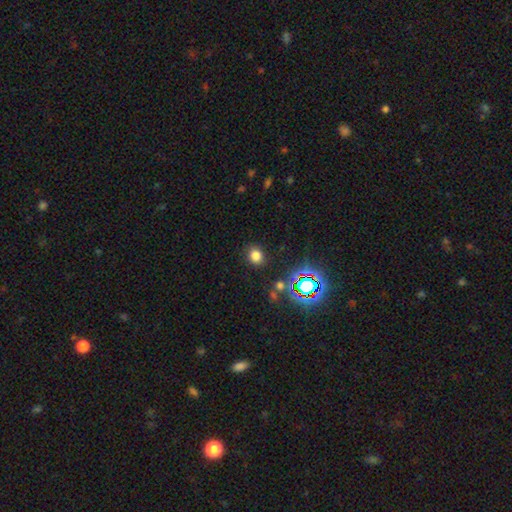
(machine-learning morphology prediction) smooth 75%, star or artifact 19%, featured or disk 6%. Down the decision tree: how rounded — round (68%); merging — none (86%).